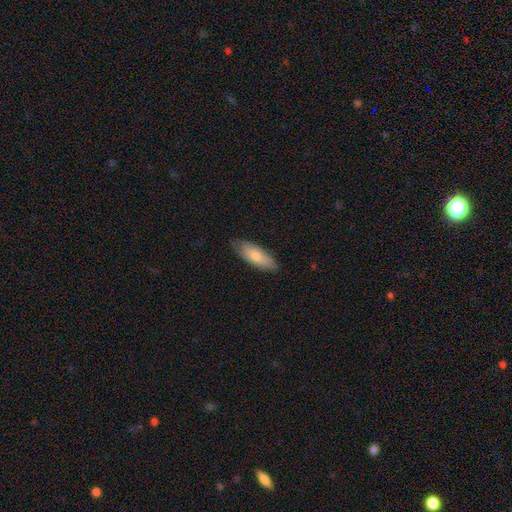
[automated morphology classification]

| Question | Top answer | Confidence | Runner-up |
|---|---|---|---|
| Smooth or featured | smooth | 66% | featured or disk (27%) |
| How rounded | in between | 59% | cigar-shaped (39%) |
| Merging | none | 85% | minor disturbance (12%) |